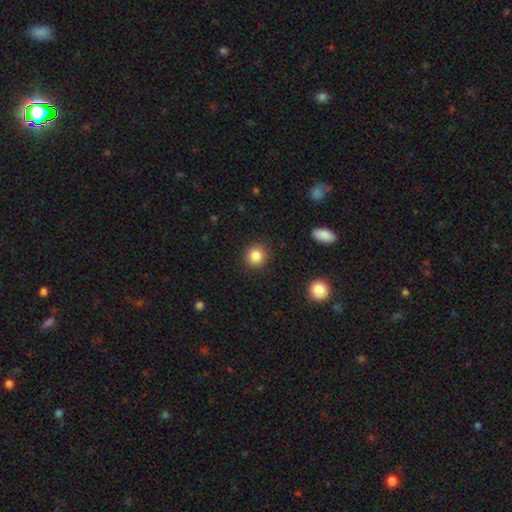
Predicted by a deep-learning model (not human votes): A smooth galaxy with no disk features (85%) that is round (88%). Merging: none (90%).